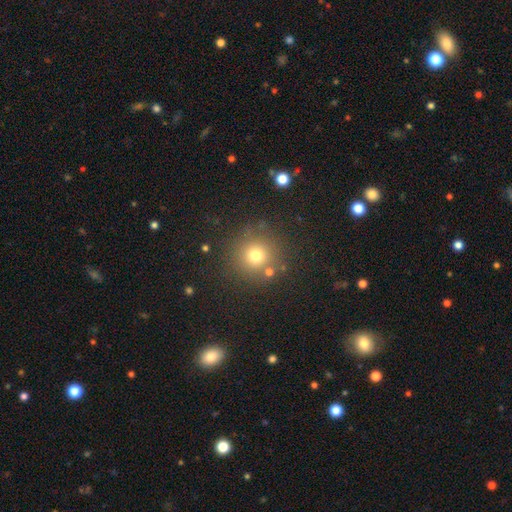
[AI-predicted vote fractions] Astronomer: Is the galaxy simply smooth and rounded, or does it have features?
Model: smooth — 73%.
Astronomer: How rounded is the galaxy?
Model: round — 94%.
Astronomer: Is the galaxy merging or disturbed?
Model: none — 82%.